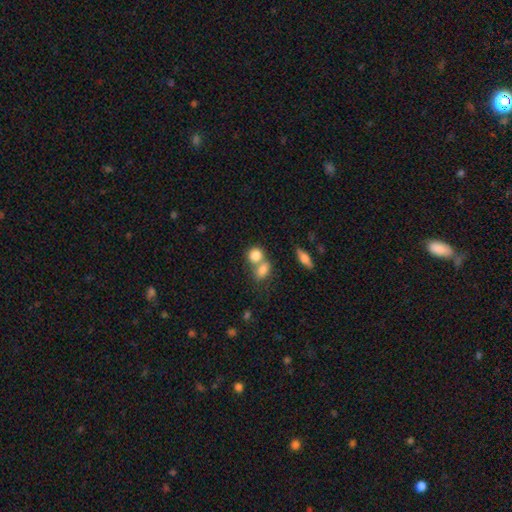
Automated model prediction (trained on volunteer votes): Smooth or featured?
  - smooth: 81% *
  - featured or disk: 10%
  - star or artifact: 9%
How rounded?
  - round: 66% *
  - in between: 32%
  - cigar-shaped: 2%
Merging?
  - merger: 50% *
  - none: 38%
  - minor disturbance: 8%
  - major disturbance: 4%